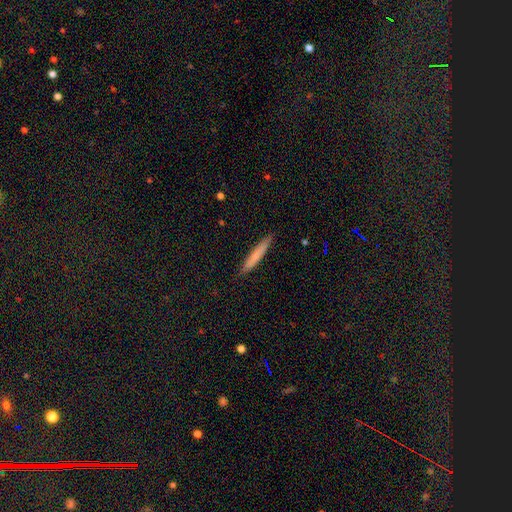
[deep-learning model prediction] Smooth or featured? smooth (71%)
How rounded? cigar-shaped (95%)
Merging? none (89%)